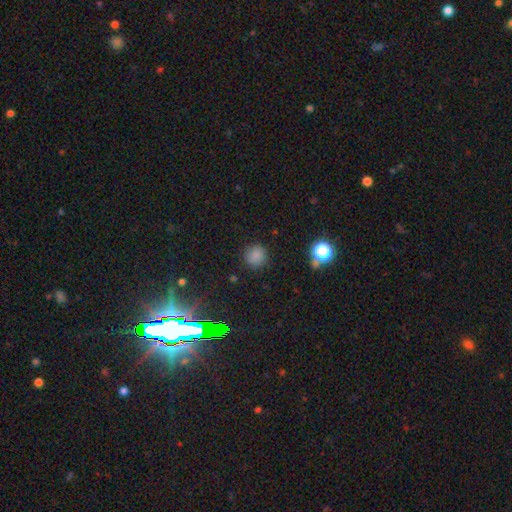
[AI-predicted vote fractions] smooth-or-featured: smooth: 79% | star or artifact: 17% | featured or disk: 4%
  how-rounded: round: 90% | in between: 9% | cigar-shaped: 1%
  merging: none: 86% | minor disturbance: 9% | major disturbance: 3% | merger: 2%